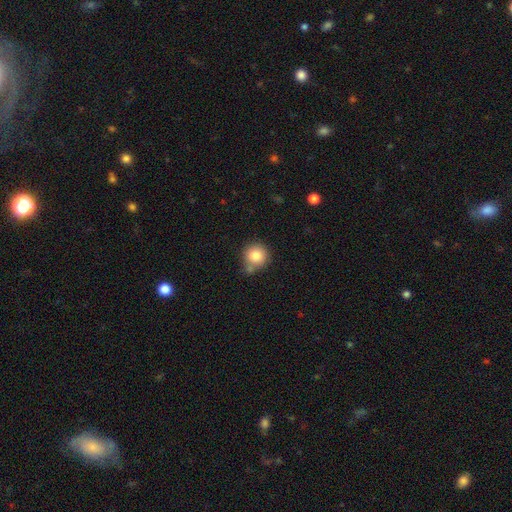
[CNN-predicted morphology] Smooth or featured? Predicted: smooth (p=0.81). How rounded? Predicted: round (p=0.92). Merging? Predicted: none (p=0.67).